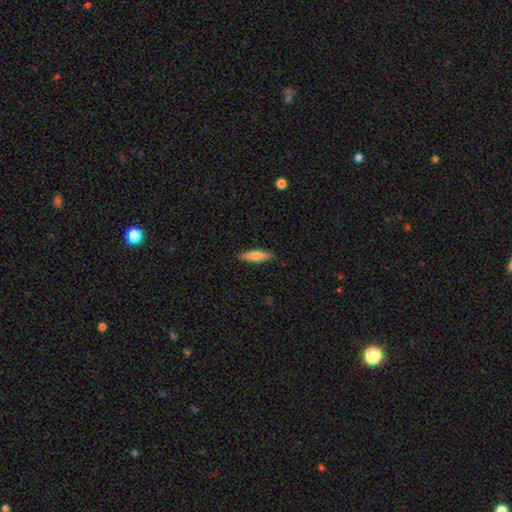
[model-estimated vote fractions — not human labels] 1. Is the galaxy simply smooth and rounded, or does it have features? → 76% smooth, 19% featured or disk, 6% star or artifact.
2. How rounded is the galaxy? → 75% cigar-shaped, 23% in between, 2% round.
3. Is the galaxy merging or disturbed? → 89% none, 8% minor disturbance, 2% major disturbance, 1% merger.